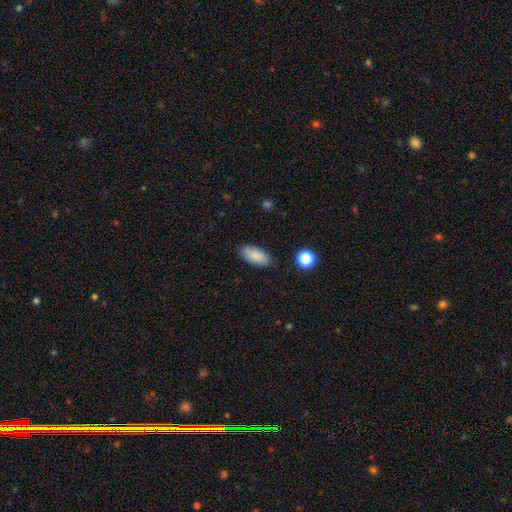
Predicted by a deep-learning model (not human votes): Smooth or featured?
  - smooth: 87% *
  - star or artifact: 7%
  - featured or disk: 6%
How rounded?
  - in between: 91% *
  - cigar-shaped: 7%
  - round: 2%
Merging?
  - none: 84% *
  - minor disturbance: 11%
  - major disturbance: 3%
  - merger: 2%